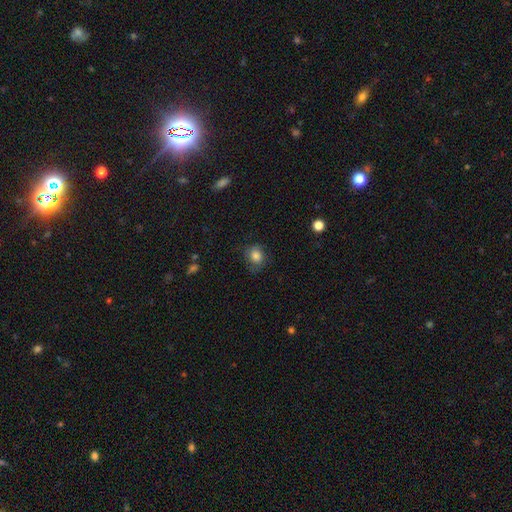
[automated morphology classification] smooth_or_featured: smooth (p=0.80) [alt: featured or disk p=0.11]
how_rounded: round (p=0.69) [alt: in between p=0.30]
merging: none (p=0.70) [alt: minor disturbance p=0.21]